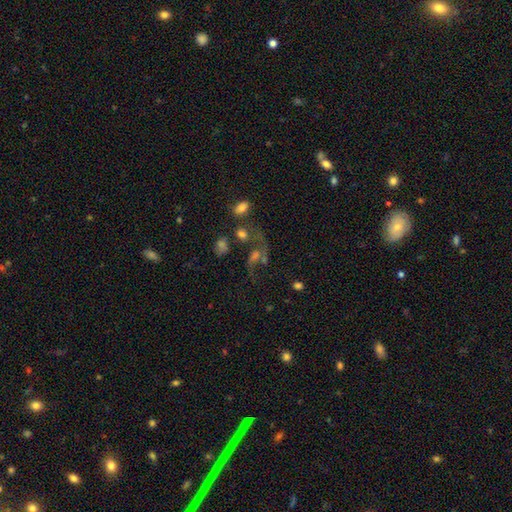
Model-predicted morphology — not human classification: smooth_or_featured: featured or disk (p=0.57) [alt: star or artifact p=0.22]
disk_edge_on: no (p=0.95) [alt: yes p=0.05]
bar: no (p=0.67) [alt: weak p=0.26]
has_spiral_arms: yes (p=0.76) [alt: no p=0.24]
bulge_size: moderate (p=0.34) [alt: small p=0.30]
merging: none (p=0.36) [alt: major disturbance p=0.26]